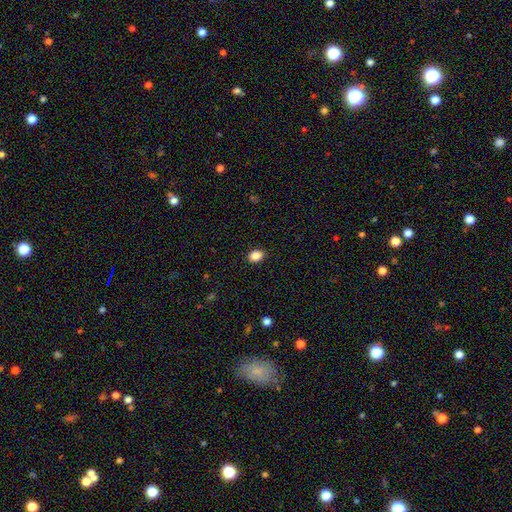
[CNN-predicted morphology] smooth_or_featured: smooth (p=0.87) [alt: star or artifact p=0.09]
how_rounded: in between (p=0.73) [alt: round p=0.26]
merging: none (p=0.89) [alt: minor disturbance p=0.08]